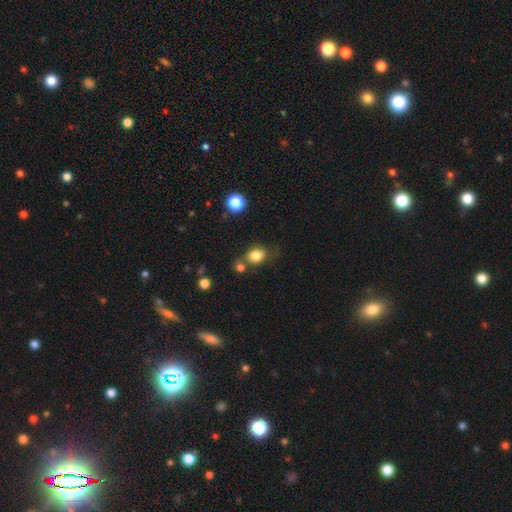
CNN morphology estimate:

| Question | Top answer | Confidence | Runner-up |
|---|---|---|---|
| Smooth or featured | smooth | 81% | star or artifact (11%) |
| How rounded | round | 55% | in between (43%) |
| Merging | none | 56% | merger (19%) |